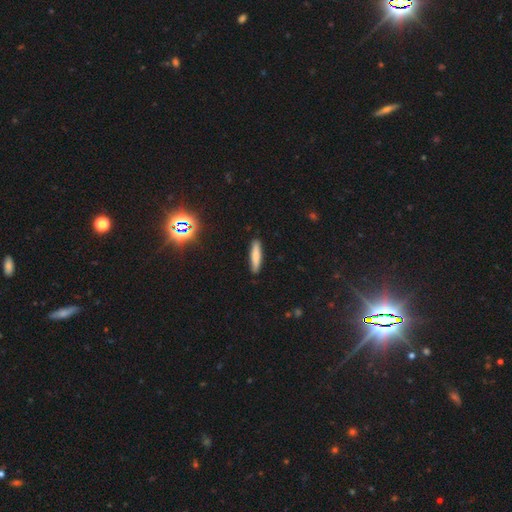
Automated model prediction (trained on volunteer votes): smooth-or-featured: smooth: 76% | featured or disk: 16% | star or artifact: 8%
  how-rounded: cigar-shaped: 84% | in between: 15% | round: 1%
  merging: none: 90% | minor disturbance: 8% | major disturbance: 2% | merger: 1%